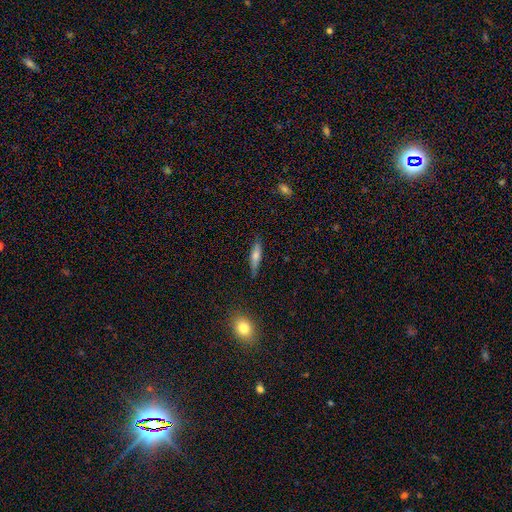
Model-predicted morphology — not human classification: smooth-or-featured: smooth: 60% | featured or disk: 33% | star or artifact: 7%
  how-rounded: cigar-shaped: 77% | in between: 21% | round: 2%
  merging: none: 81% | minor disturbance: 15% | major disturbance: 3% | merger: 2%